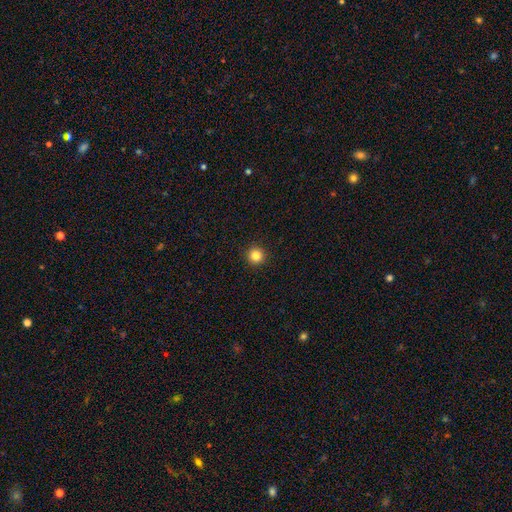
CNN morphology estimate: smooth-or-featured: smooth: 84% | star or artifact: 12% | featured or disk: 4%
  how-rounded: round: 96% | in between: 3% | cigar-shaped: 1%
  merging: none: 94% | minor disturbance: 4% | major disturbance: 1% | merger: 1%